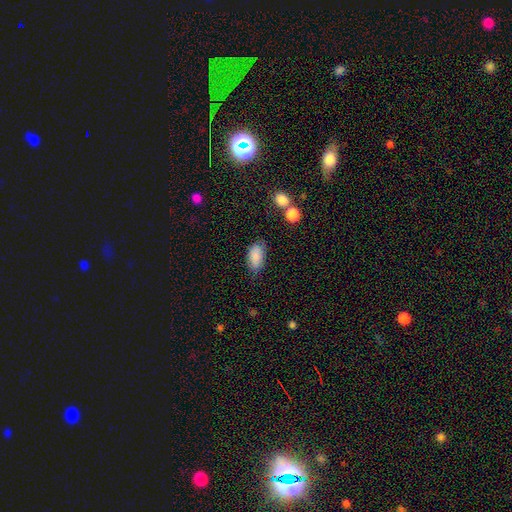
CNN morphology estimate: type=smooth (86%); roundness=in between (93%); merging=none (69%).